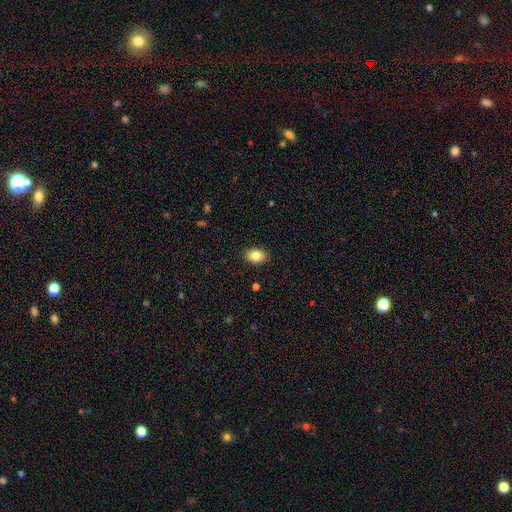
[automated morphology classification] This appears to be a smooth galaxy with no disk features (83%) that is in between round and cigar-shaped (81%). Merging: none (89%).